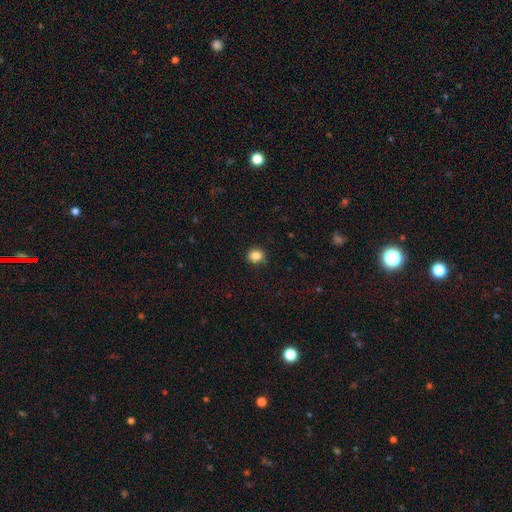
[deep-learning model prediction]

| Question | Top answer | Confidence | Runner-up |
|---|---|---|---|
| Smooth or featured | smooth | 86% | star or artifact (11%) |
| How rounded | round | 77% | in between (22%) |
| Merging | none | 89% | minor disturbance (8%) |